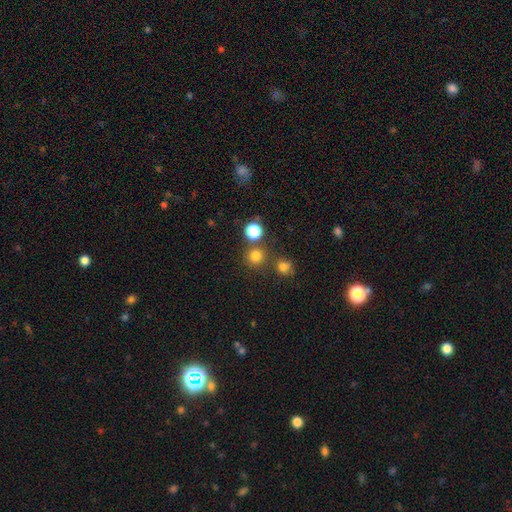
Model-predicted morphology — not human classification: Smooth or featured: smooth — 76% (star or artifact — 18%)
How rounded: round — 92% (in between — 7%)
Merging: none — 76% (merger — 14%)